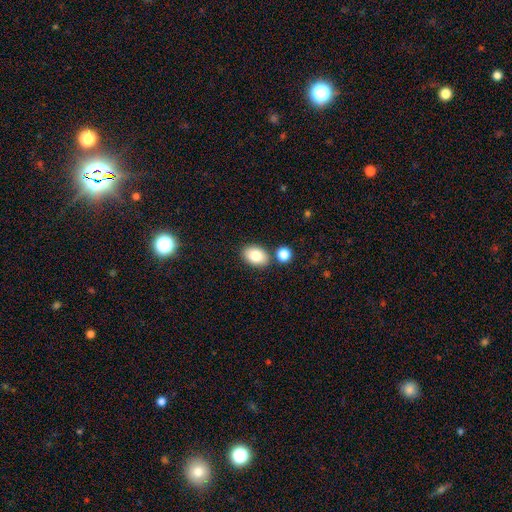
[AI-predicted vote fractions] Q: Smooth or featured?
A: smooth (83%); runner-up: featured or disk (9%)
Q: How rounded?
A: in between (85%); runner-up: round (14%)
Q: Merging?
A: none (78%); runner-up: merger (10%)